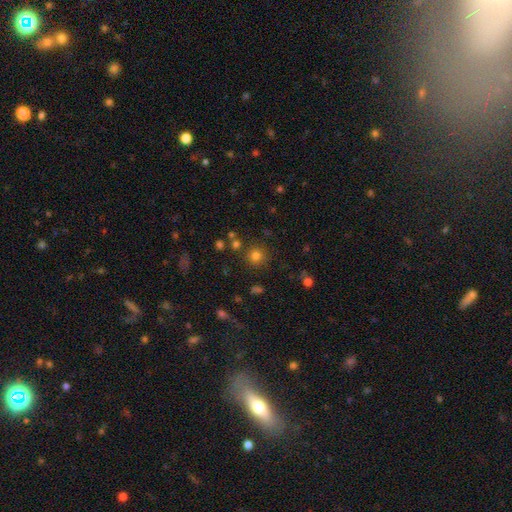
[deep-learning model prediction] Smooth or featured? smooth (78%)
How rounded? round (94%)
Merging? none (85%)